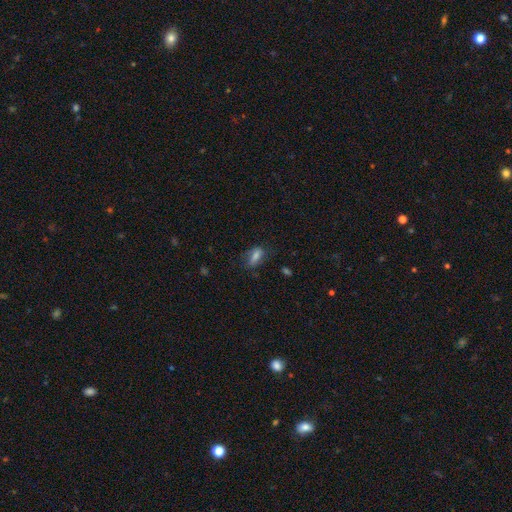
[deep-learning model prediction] Smooth or featured? Predicted: smooth (p=0.73). How rounded? Predicted: in between (p=0.76). Merging? Predicted: none (p=0.62).